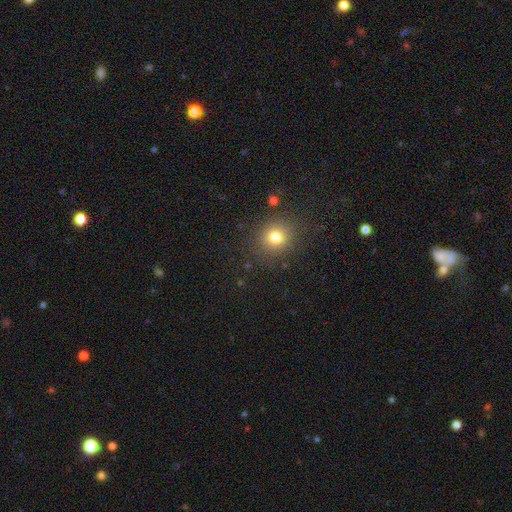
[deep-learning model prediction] Smooth or featured?
  - smooth: 59% *
  - star or artifact: 34%
  - featured or disk: 7%
How rounded?
  - round: 87% *
  - in between: 12%
  - cigar-shaped: 1%
Merging?
  - none: 86% *
  - minor disturbance: 9%
  - major disturbance: 3%
  - merger: 2%